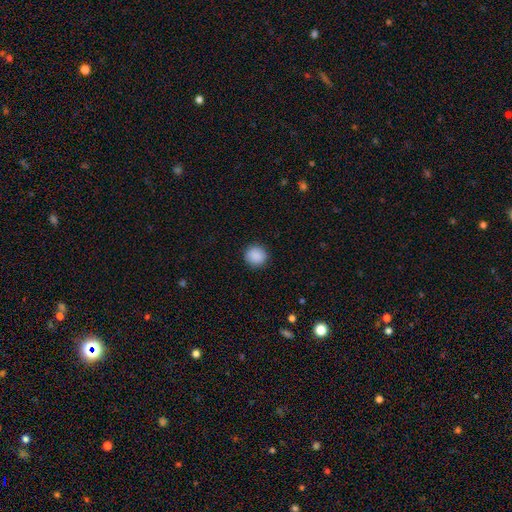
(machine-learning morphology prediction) smooth_or_featured: smooth (p=0.89) [alt: star or artifact p=0.08]
how_rounded: round (p=0.92) [alt: in between p=0.07]
merging: none (p=0.91) [alt: minor disturbance p=0.06]